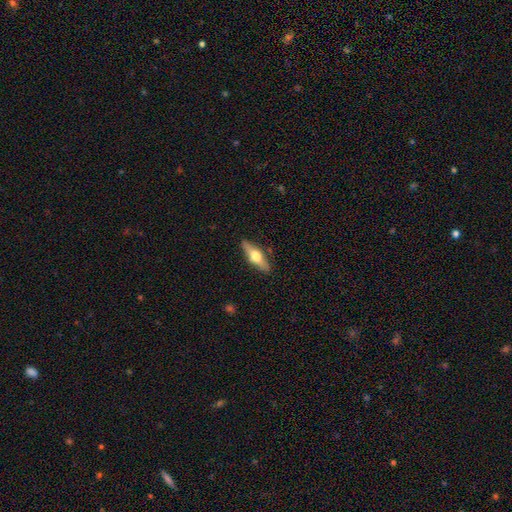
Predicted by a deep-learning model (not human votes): smooth_or_featured: featured or disk (p=0.52) [alt: smooth p=0.43]
disk_edge_on: yes (p=0.91) [alt: no p=0.09]
merging: none (p=0.88) [alt: minor disturbance p=0.09]